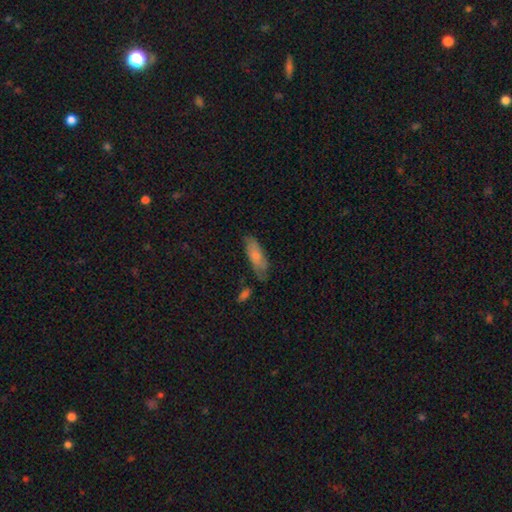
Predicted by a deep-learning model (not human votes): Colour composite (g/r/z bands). It shows a smooth galaxy with no disk features (74%) that is in between round and cigar-shaped (67%). Merging: none (64%).